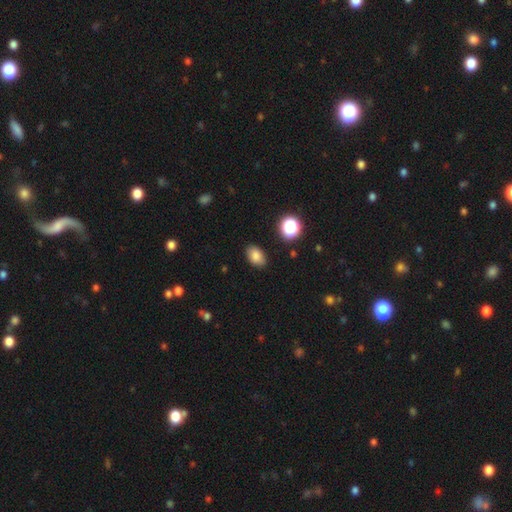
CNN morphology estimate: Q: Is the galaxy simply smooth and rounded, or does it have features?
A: smooth — 83%.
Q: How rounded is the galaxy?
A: in between — 82%.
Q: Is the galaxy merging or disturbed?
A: none — 87%.